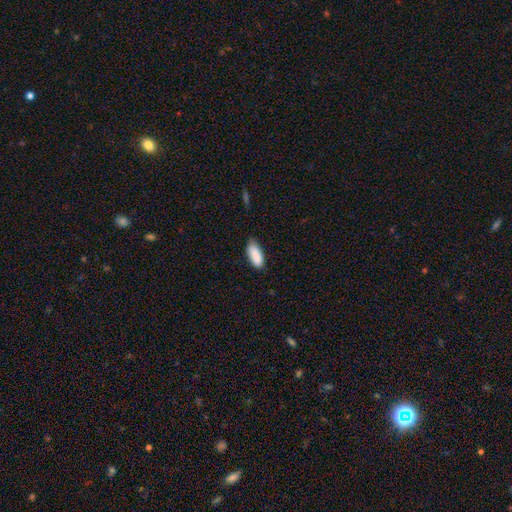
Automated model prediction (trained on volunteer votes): Smooth or featured? Predicted: smooth (p=0.89). How rounded? Predicted: in between (p=0.82). Merging? Predicted: none (p=0.75).